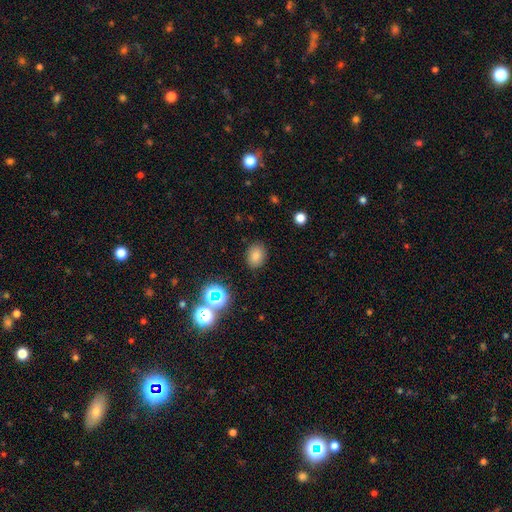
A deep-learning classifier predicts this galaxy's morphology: The model was most divided on "how rounded": in between: 63%, round: 36%, cigar-shaped: 1%. More confident: merging — none (85%); smooth or featured — smooth (78%).